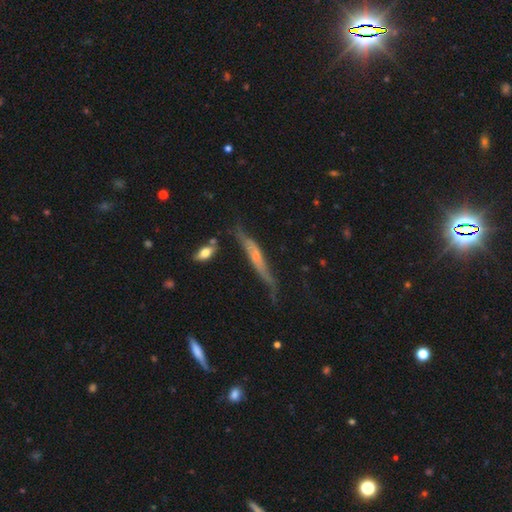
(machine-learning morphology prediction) A featured or disk galaxy (60%) viewed edge-on (84%) with a rounded central bulge (47%). Merging: none (54%).